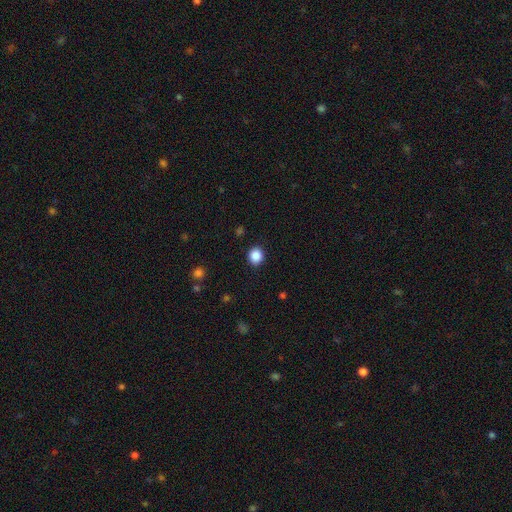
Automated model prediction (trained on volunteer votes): Q: Smooth or featured?
A: smooth (87%); runner-up: star or artifact (10%)
Q: How rounded?
A: round (80%); runner-up: in between (20%)
Q: Merging?
A: none (90%); runner-up: minor disturbance (7%)